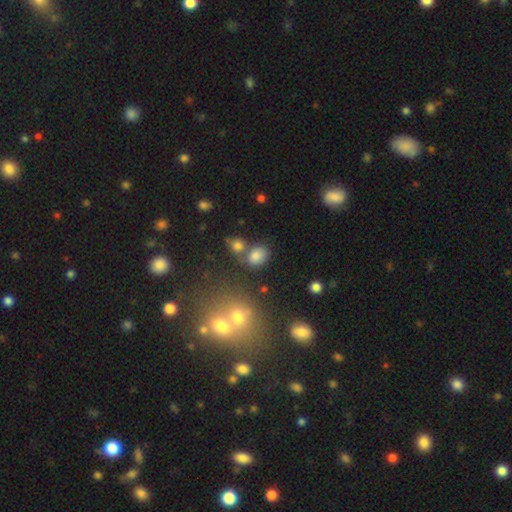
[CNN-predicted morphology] smooth 77%, star or artifact 15%, featured or disk 8%. Down the decision tree: how rounded — in between (54%); merging — none (62%).